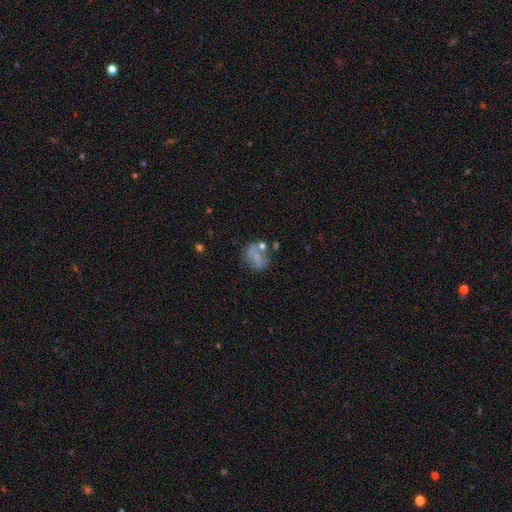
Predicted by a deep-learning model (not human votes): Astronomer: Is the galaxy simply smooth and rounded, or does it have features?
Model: smooth — 55% (runner-up: featured or disk, 30%).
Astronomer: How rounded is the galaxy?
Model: in between — 54% (runner-up: round, 43%).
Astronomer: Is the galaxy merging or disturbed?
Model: none — 48%.